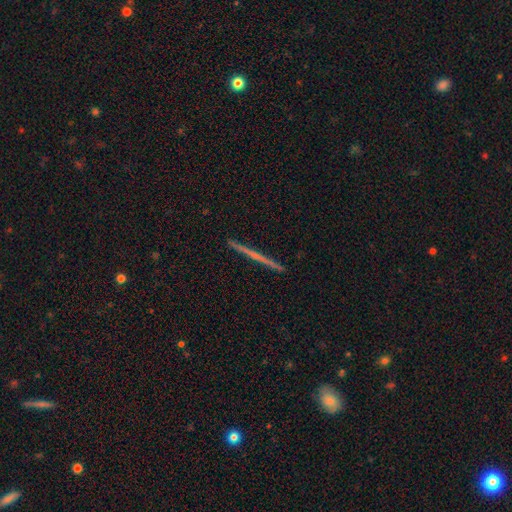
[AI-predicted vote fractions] Smooth or featured: featured or disk — 61% (smooth — 33%)
Edge-on disk: yes — 98% (no — 2%)
Edge-on bulge: none — 84% (rounded — 12%)
Merging: none — 93% (minor disturbance — 5%)